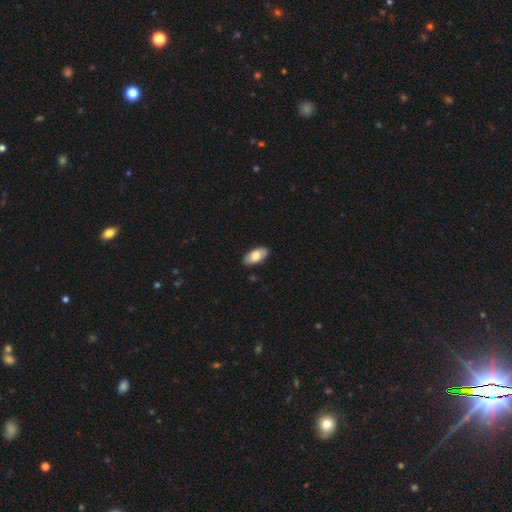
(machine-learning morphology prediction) A smooth galaxy with no disk features (75%) that is in between round and cigar-shaped (94%).

Vote fractions:
- Smooth or featured? smooth: 75% / featured or disk: 19% / star or artifact: 6%
- How rounded? in between: 94% / cigar-shaped: 3% / round: 3%
- Merging? none: 87% / minor disturbance: 10% / major disturbance: 2% / merger: 1%